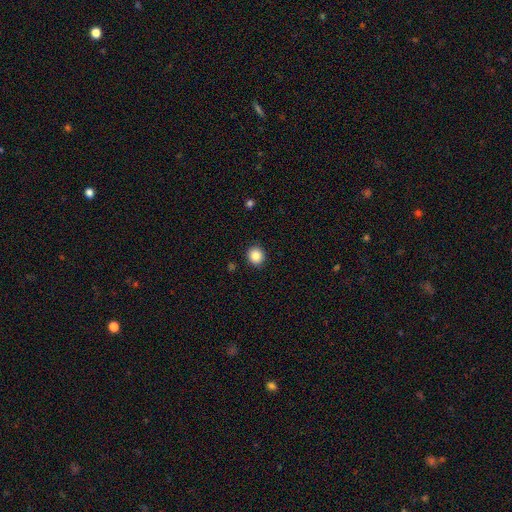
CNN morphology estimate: smooth 87%, star or artifact 9%, featured or disk 3%. Down the decision tree: how rounded — round (89%); merging — none (91%).